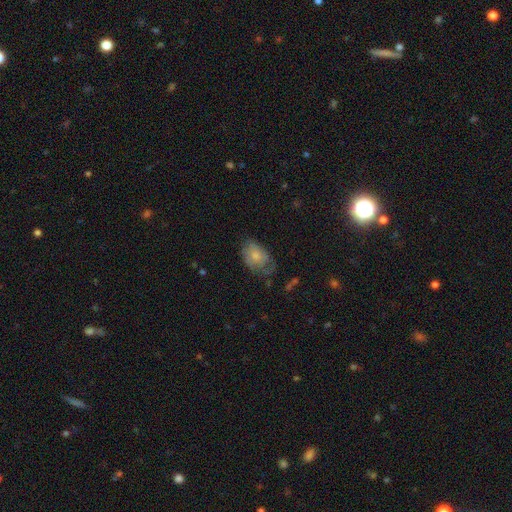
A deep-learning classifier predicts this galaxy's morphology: smooth_or_featured: smooth (p=0.67) [alt: featured or disk p=0.25]
how_rounded: in between (p=0.86) [alt: round p=0.12]
merging: none (p=0.42) [alt: minor disturbance p=0.34]